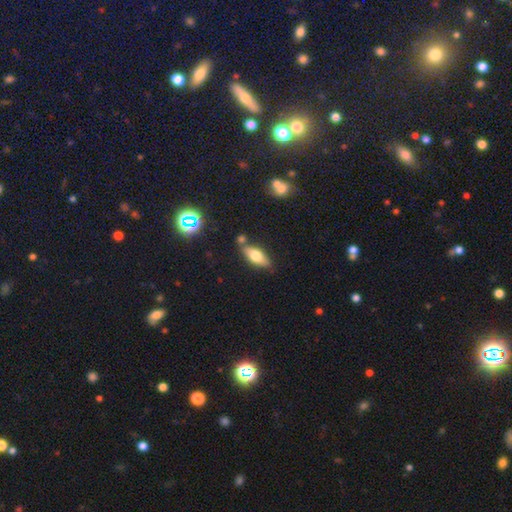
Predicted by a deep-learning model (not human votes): smooth-or-featured: smooth: 59% | featured or disk: 31% | star or artifact: 10%
  how-rounded: in between: 70% | cigar-shaped: 27% | round: 3%
  merging: none: 71% | minor disturbance: 14% | merger: 11% | major disturbance: 4%